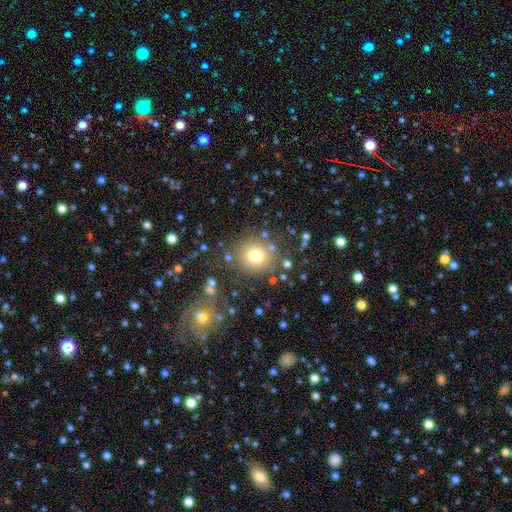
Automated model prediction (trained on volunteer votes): smooth_or_featured: smooth (p=0.74) [alt: star or artifact p=0.15]
how_rounded: round (p=0.89) [alt: in between p=0.10]
merging: none (p=0.80) [alt: minor disturbance p=0.09]